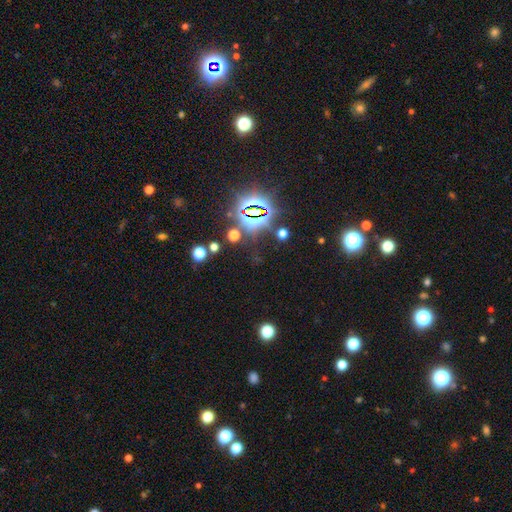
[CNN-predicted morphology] This is likely a star or artifact rather than a galaxy (79%).